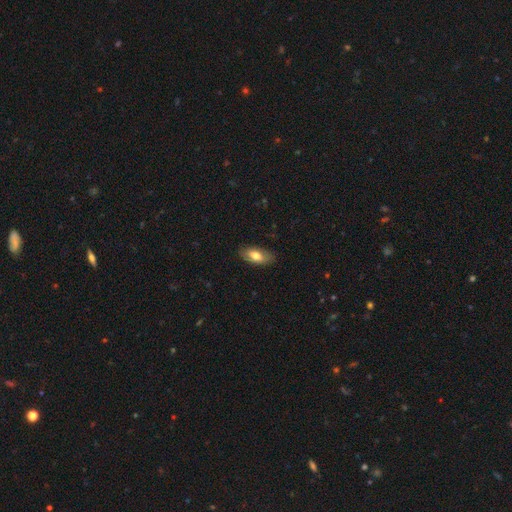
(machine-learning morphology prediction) smooth 69%, featured or disk 24%, star or artifact 6%. Down the decision tree: how rounded — in between (90%); merging — none (82%).